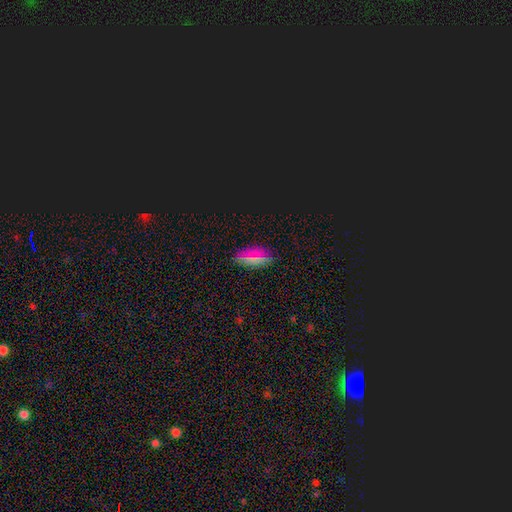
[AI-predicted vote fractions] Smooth or featured? Predicted: smooth (p=0.68). How rounded? Predicted: in between (p=0.87). Merging? Predicted: none (p=0.86).